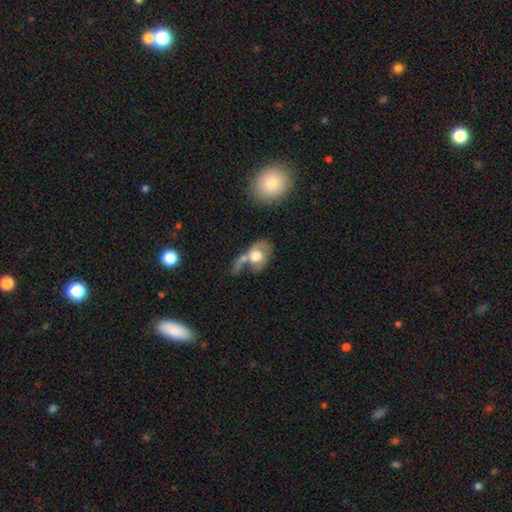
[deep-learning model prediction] A smooth galaxy with no disk features (60%) that is in between round and cigar-shaped (73%). Merging: merger (44%).